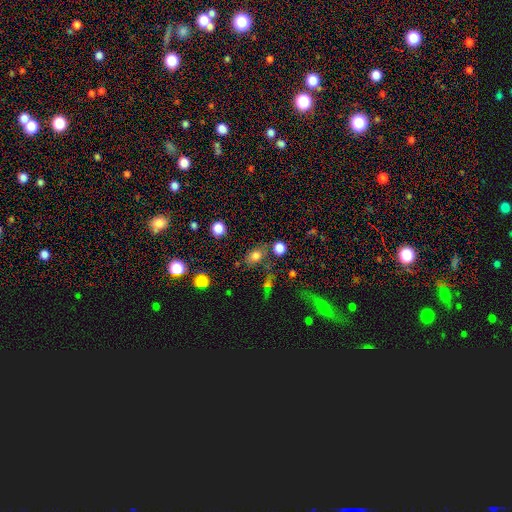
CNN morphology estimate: This is likely a smooth galaxy (76%). How rounded: likely in between (64%). Merging: likely none (67%).